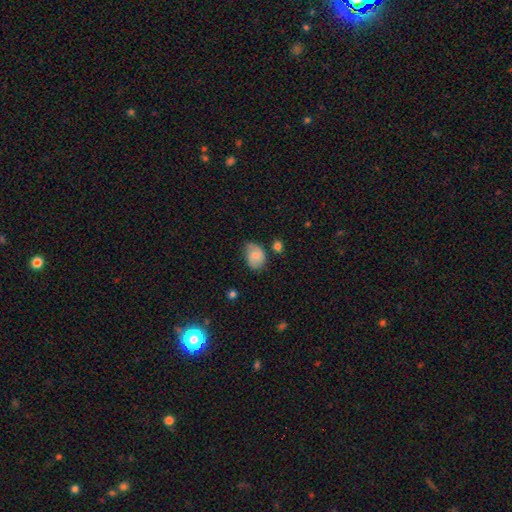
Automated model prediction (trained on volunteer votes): Smooth or featured? smooth (66%)
How rounded? in between (74%)
Merging? none (50%)